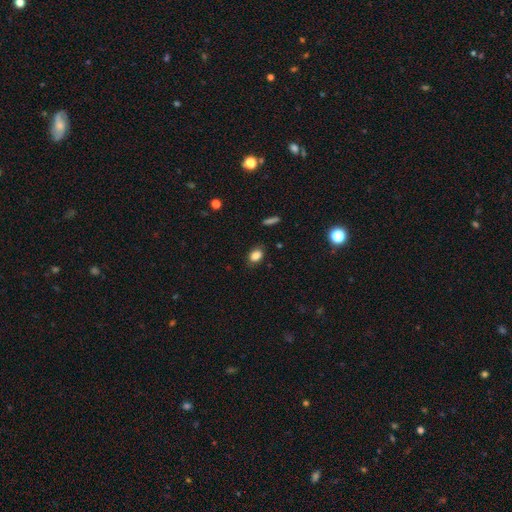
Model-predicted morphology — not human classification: Smooth or featured? smooth (84%)
How rounded? in between (76%)
Merging? none (83%)